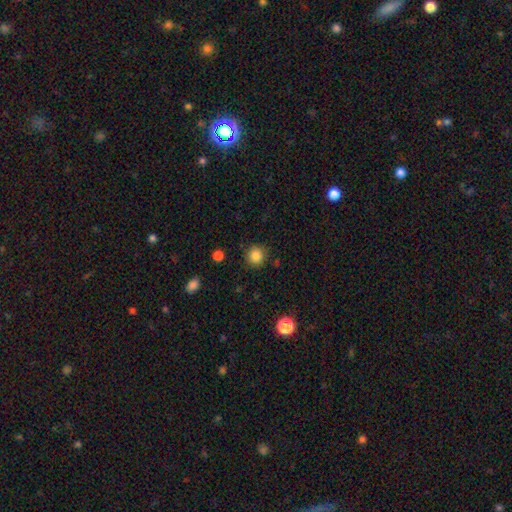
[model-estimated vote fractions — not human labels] A smooth galaxy with no disk features (85%) that is round (92%). Merging: none (88%).